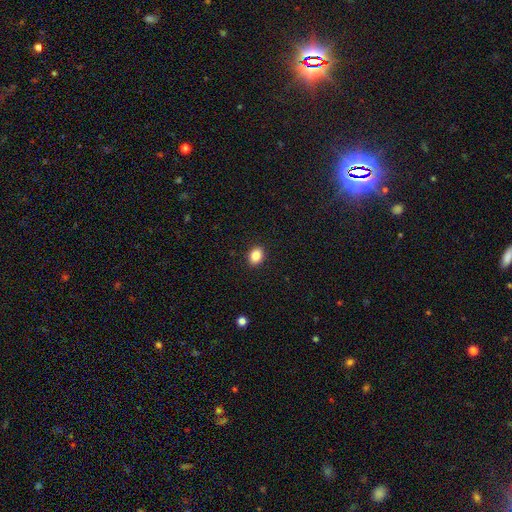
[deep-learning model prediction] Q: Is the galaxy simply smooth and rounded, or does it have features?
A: smooth — 86%.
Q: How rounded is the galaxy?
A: in between — 60%.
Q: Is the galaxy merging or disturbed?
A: none — 91%.